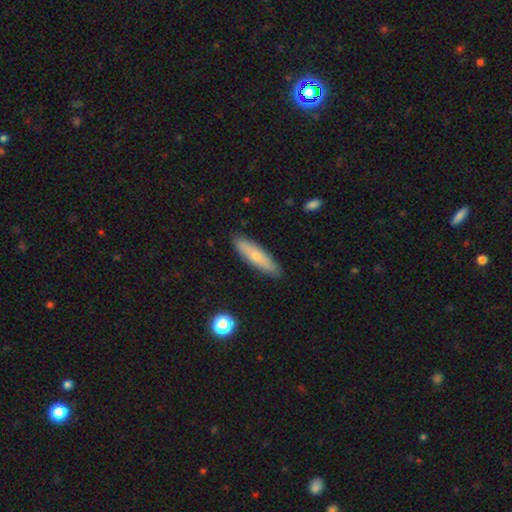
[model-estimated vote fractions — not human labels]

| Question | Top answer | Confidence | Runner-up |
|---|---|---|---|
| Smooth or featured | smooth | 67% | featured or disk (27%) |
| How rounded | cigar-shaped | 74% | in between (24%) |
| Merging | none | 88% | minor disturbance (9%) |